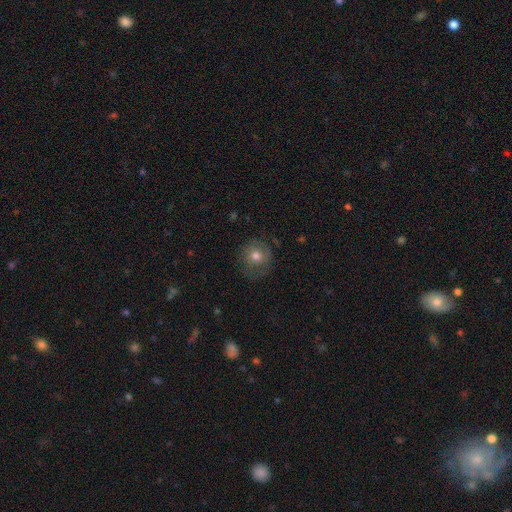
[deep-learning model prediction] Smooth or featured: smooth — 68% (featured or disk — 22%)
How rounded: round — 89% (in between — 10%)
Merging: none — 70% (minor disturbance — 19%)